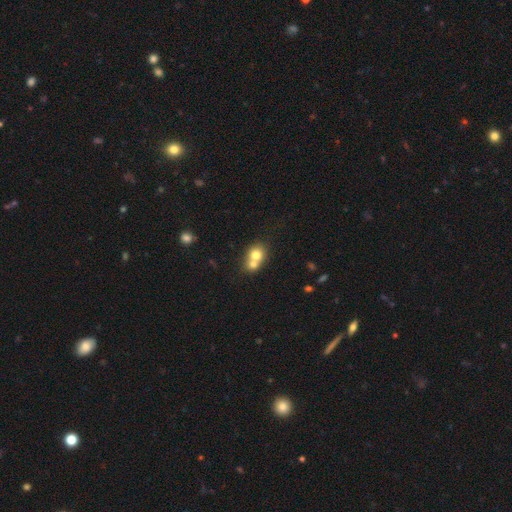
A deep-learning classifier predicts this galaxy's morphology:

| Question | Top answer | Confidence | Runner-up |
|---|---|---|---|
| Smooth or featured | smooth | 72% | featured or disk (18%) |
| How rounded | round | 70% | in between (29%) |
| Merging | merger | 65% | none (27%) |